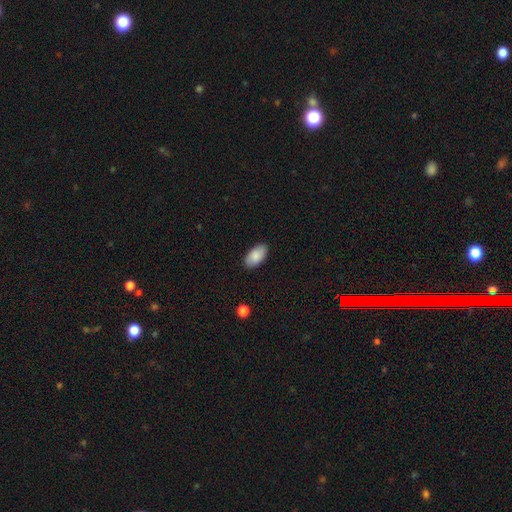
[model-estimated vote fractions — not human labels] Smooth or featured? smooth (87%)
How rounded? in between (95%)
Merging? none (87%)